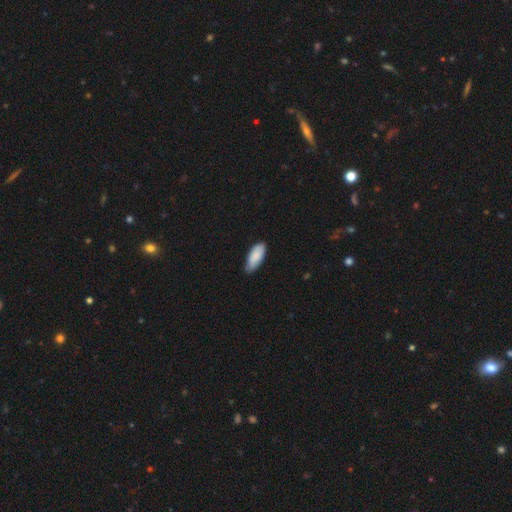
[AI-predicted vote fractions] Smooth or featured? Predicted: smooth (p=0.86). How rounded? Predicted: in between (p=0.84). Merging? Predicted: none (p=0.73).